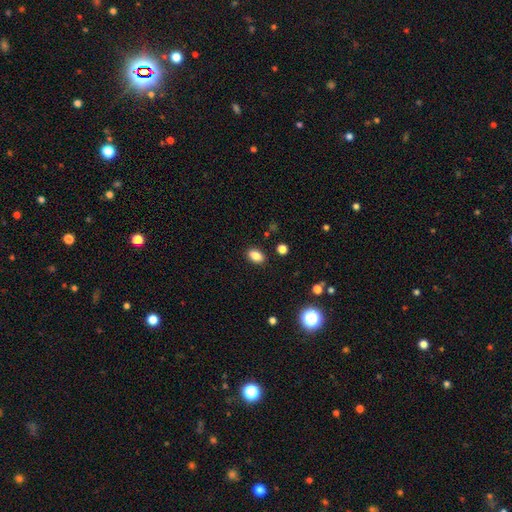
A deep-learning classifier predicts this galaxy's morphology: Smooth or featured? Predicted: smooth (p=0.85). How rounded? Predicted: in between (p=0.86). Merging? Predicted: none (p=0.88).